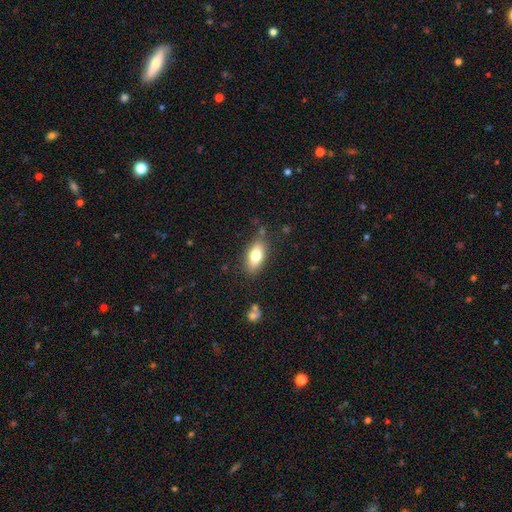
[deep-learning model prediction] The model was most divided on "smooth or featured": smooth: 76%, featured or disk: 17%, star or artifact: 8%. More confident: how rounded — in between (87%); merging — none (82%).